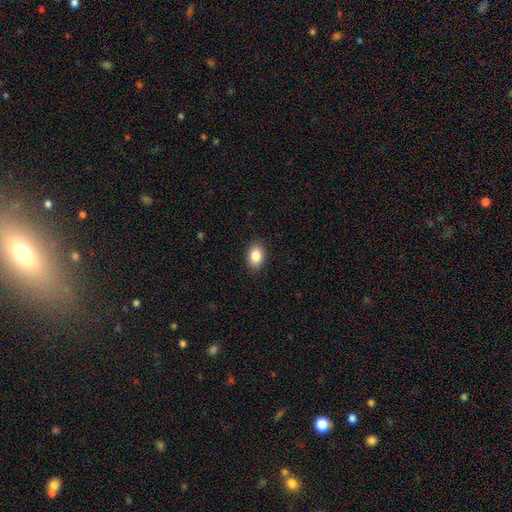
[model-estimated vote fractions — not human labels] Q: Smooth or featured?
A: smooth (86%); runner-up: star or artifact (8%)
Q: How rounded?
A: in between (84%); runner-up: round (15%)
Q: Merging?
A: none (89%); runner-up: minor disturbance (8%)